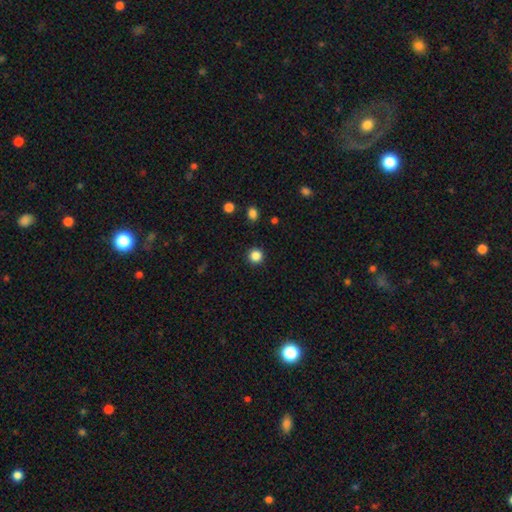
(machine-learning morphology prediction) Smooth or featured? Predicted: smooth (p=0.85). How rounded? Predicted: round (p=0.95). Merging? Predicted: none (p=0.93).